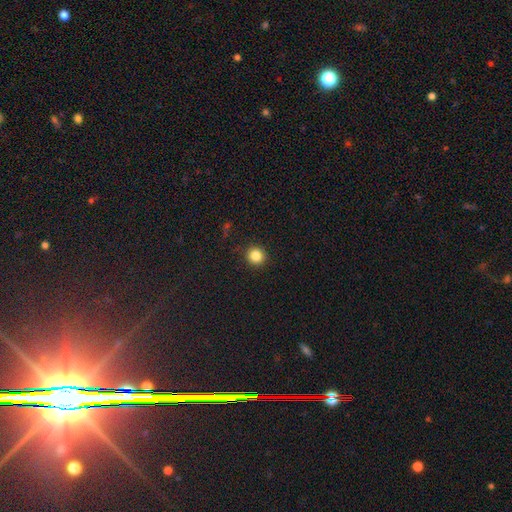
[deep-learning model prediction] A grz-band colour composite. It shows a smooth galaxy with no disk features (85%) that is round (93%). Merging: none (92%).